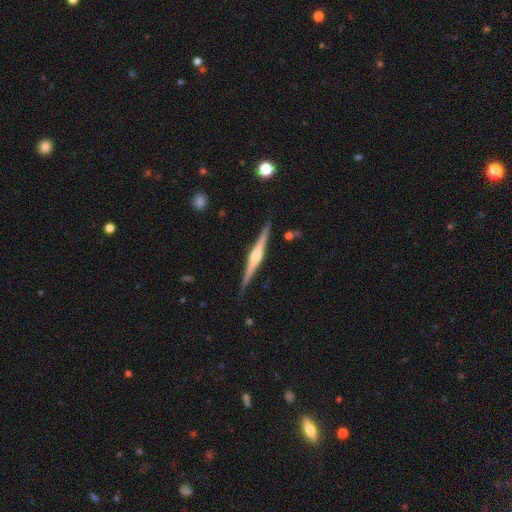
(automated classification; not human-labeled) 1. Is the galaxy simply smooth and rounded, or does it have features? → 82% featured or disk, 12% smooth, 5% star or artifact.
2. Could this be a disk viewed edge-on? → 99% yes, 1% no.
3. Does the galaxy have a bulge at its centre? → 78% rounded, 16% boxy, 5% none.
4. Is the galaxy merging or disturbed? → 90% none, 7% minor disturbance, 1% major disturbance, 1% merger.